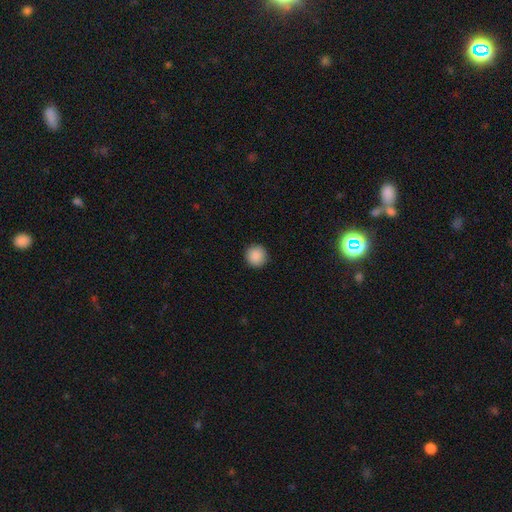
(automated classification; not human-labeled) This is clearly a smooth galaxy (90%). How rounded: clearly round (95%). Merging: clearly none (93%).